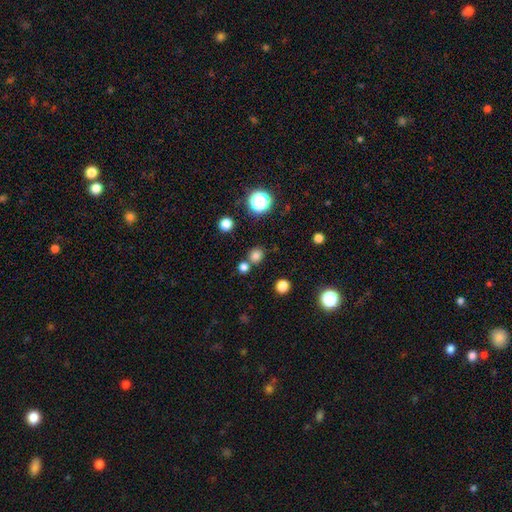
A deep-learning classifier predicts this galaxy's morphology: Smooth or featured? Predicted: smooth (p=0.75). How rounded? Predicted: round (p=0.83). Merging? Predicted: none (p=0.72).